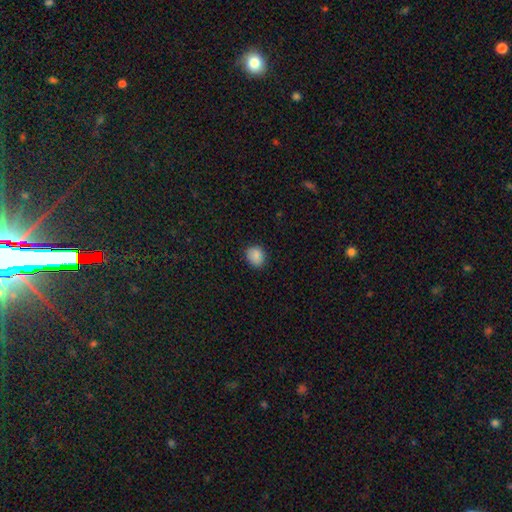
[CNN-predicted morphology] Q: Smooth or featured?
A: smooth (86%); runner-up: star or artifact (10%)
Q: How rounded?
A: round (59%); runner-up: in between (40%)
Q: Merging?
A: none (84%); runner-up: minor disturbance (12%)